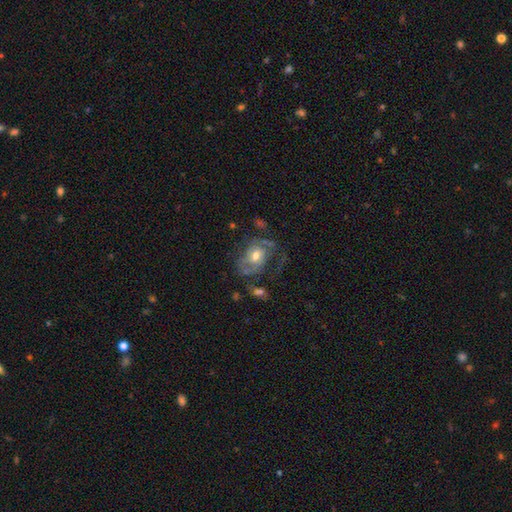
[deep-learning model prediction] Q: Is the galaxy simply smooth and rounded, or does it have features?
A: featured or disk — 62%.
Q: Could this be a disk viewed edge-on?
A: no — 96%.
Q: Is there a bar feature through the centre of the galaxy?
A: no — 65%.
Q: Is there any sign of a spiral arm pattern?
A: yes — 67%.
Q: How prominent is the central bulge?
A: moderate — 70%.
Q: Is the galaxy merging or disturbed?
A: none — 39%.